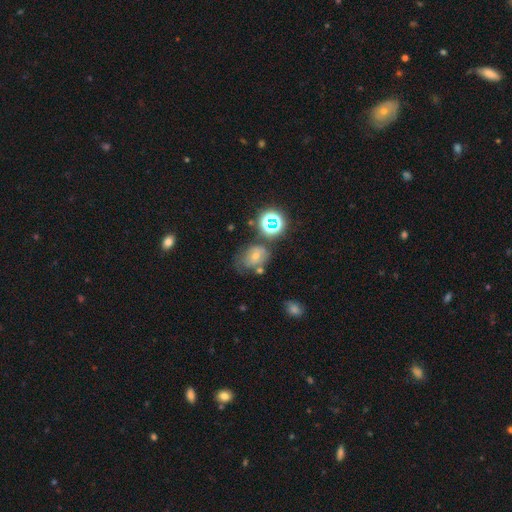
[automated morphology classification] Smooth or featured: star or artifact — 39% (smooth — 31%)